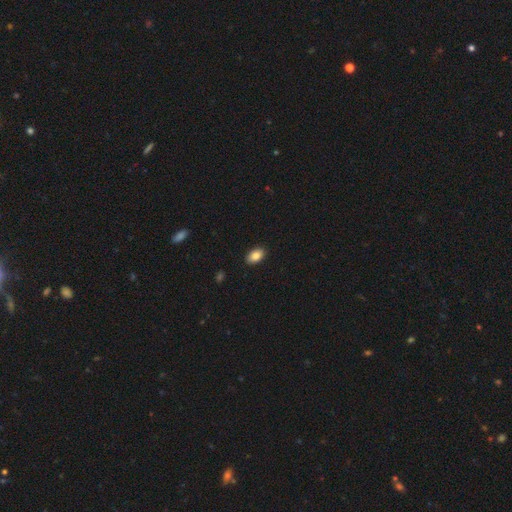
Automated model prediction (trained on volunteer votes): Morphology: type=smooth (87%); roundness=in between (91%); merging=none (89%).